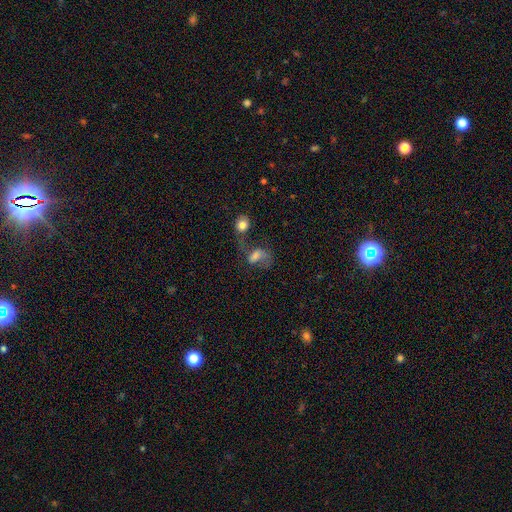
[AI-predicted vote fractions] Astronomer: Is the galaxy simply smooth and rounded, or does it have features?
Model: smooth — 49% (runner-up: featured or disk, 38%).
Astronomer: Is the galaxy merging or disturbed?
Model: merger — 33% (runner-up: major disturbance, 29%).